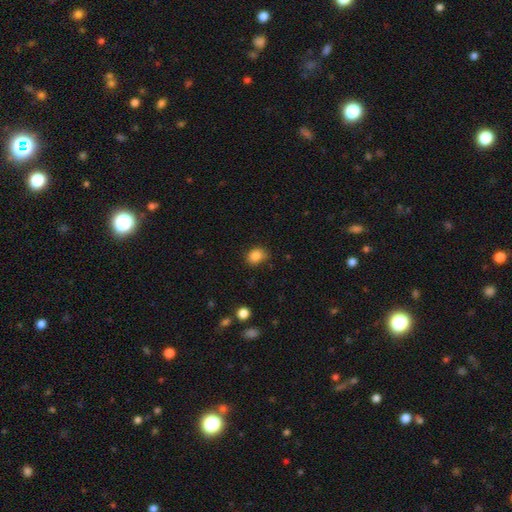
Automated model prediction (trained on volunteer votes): Smooth or featured: smooth — 86% (star or artifact — 10%)
How rounded: round — 52% (in between — 47%)
Merging: none — 73% (minor disturbance — 21%)